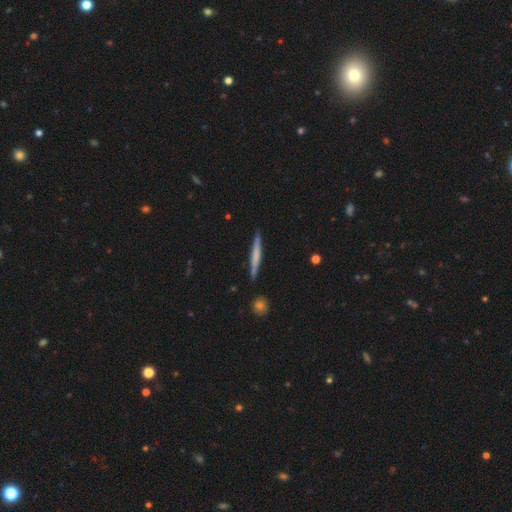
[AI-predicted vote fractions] Smooth or featured?
  - smooth: 49% *
  - featured or disk: 46%
  - star or artifact: 5%
Merging?
  - none: 88% *
  - minor disturbance: 9%
  - merger: 2%
  - major disturbance: 2%